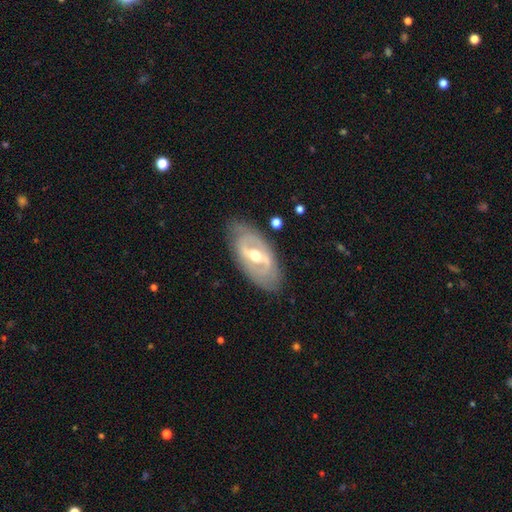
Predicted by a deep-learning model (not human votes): Smooth or featured? featured or disk (77%)
Edge-on disk? no (91%)
Bar? strong (41%)
Spiral arms? yes (56%)
Bulge size? moderate (74%)
Merging? none (79%)